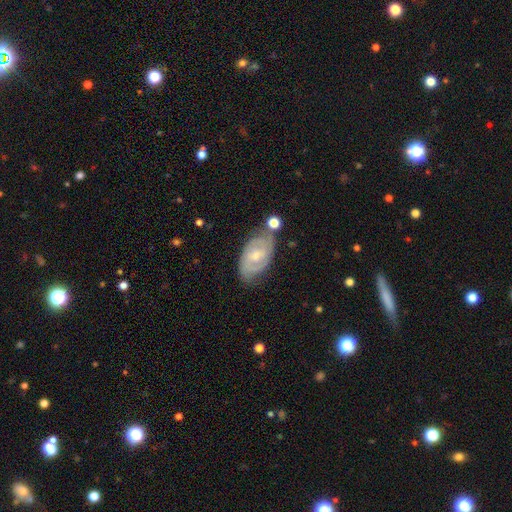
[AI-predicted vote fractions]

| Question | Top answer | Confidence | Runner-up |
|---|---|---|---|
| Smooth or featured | featured or disk | 75% | smooth (20%) |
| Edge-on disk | no | 95% | yes (5%) |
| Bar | no | 48% | weak (44%) |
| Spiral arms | yes | 90% | no (10%) |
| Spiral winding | tight | 57% | medium (34%) |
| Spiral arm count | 2 | 62% | can't tell (23%) |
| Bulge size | small | 48% | moderate (46%) |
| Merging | none | 60% | minor disturbance (23%) |